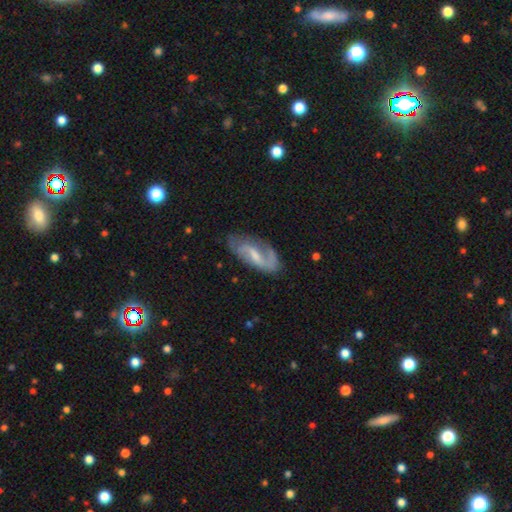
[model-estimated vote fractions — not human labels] Smooth or featured: featured or disk — 79% (smooth — 15%)
Edge-on disk: no — 94% (yes — 6%)
Bar: weak — 54% (strong — 23%)
Spiral arms: yes — 93% (no — 7%)
Spiral winding: medium — 45% (loose — 37%)
Spiral arm count: 2 — 78% (1 — 12%)
Bulge size: small — 44% (moderate — 37%)
Merging: none — 69% (minor disturbance — 21%)